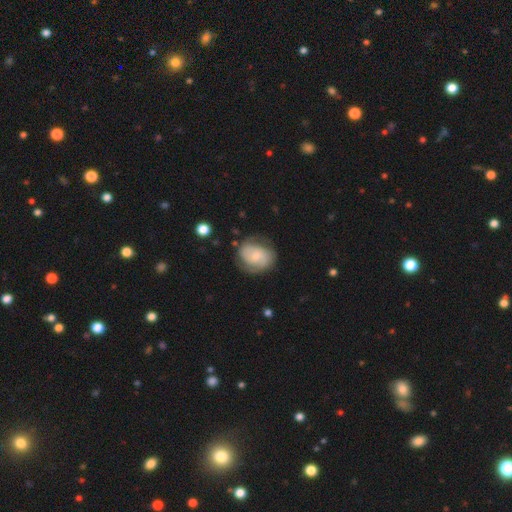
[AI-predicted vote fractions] Overall: featured or disk (50%; smooth 44%). Merging: none (61%; minor disturbance 25%).